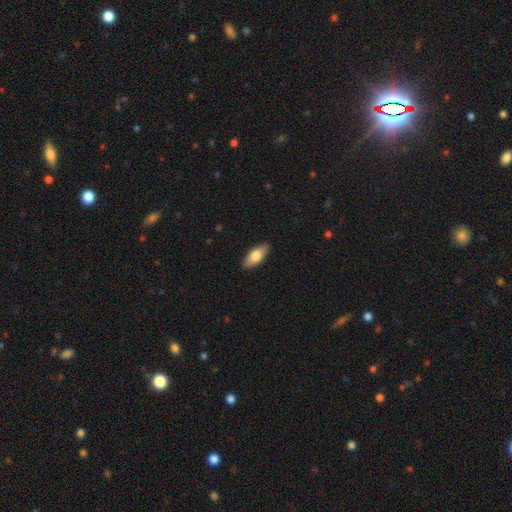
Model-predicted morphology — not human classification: Smooth or featured? smooth (75%)
How rounded? in between (84%)
Merging? none (89%)